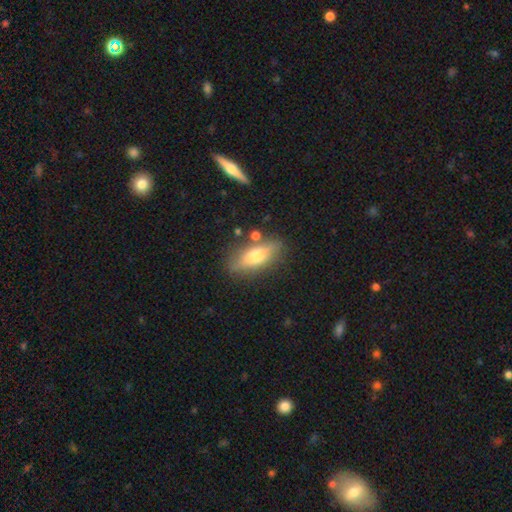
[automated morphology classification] Smooth or featured? Predicted: smooth (p=0.60). How rounded? Predicted: in between (p=0.60). Merging? Predicted: none (p=0.78).